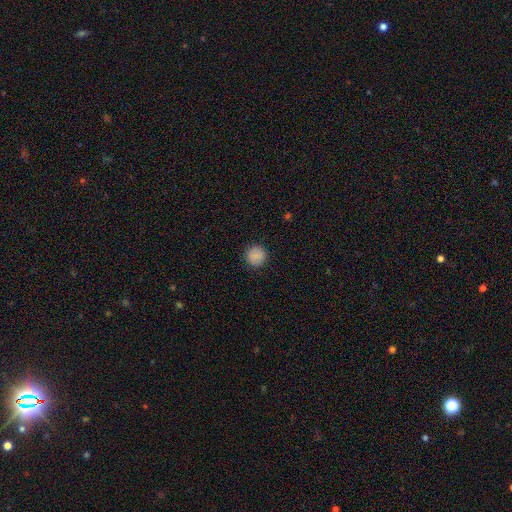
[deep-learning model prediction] Smooth or featured? smooth (86%)
How rounded? round (94%)
Merging? none (91%)